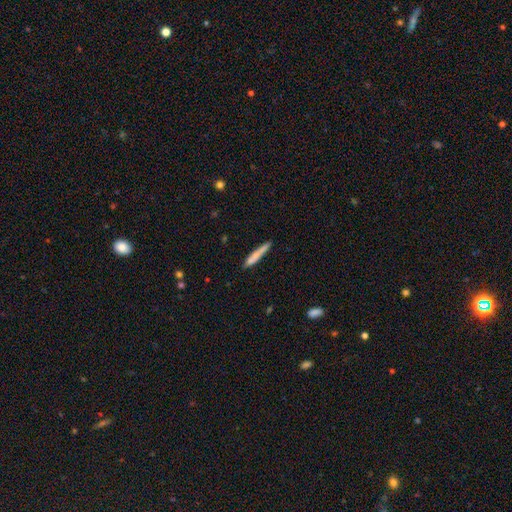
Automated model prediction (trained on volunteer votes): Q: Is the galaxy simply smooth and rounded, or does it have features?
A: smooth — 72%.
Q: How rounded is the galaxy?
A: cigar-shaped — 94%.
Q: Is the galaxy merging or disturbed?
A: none — 78%.